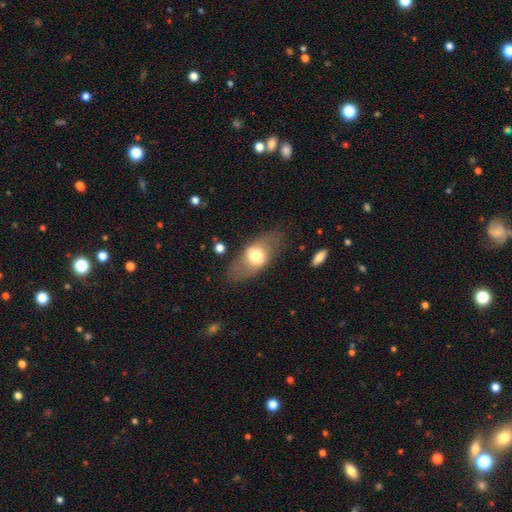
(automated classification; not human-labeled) Smooth or featured?
  - smooth: 59% *
  - featured or disk: 34%
  - star or artifact: 7%
How rounded?
  - in between: 83% *
  - round: 9%
  - cigar-shaped: 8%
Merging?
  - none: 77% *
  - minor disturbance: 15%
  - major disturbance: 7%
  - merger: 2%